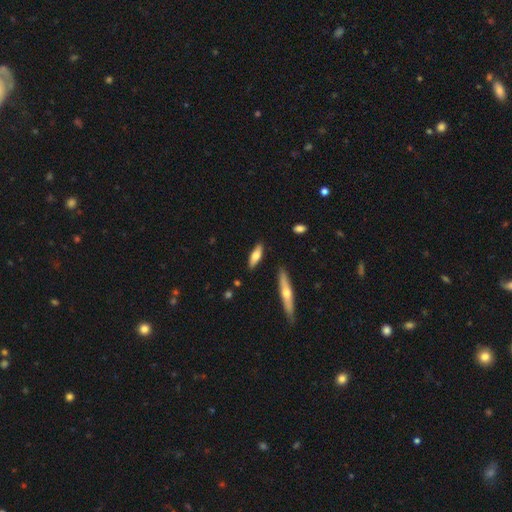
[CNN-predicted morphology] Q: Smooth or featured?
A: smooth (62%); runner-up: featured or disk (32%)
Q: How rounded?
A: in between (51%); runner-up: cigar-shaped (46%)
Q: Merging?
A: none (86%); runner-up: minor disturbance (10%)